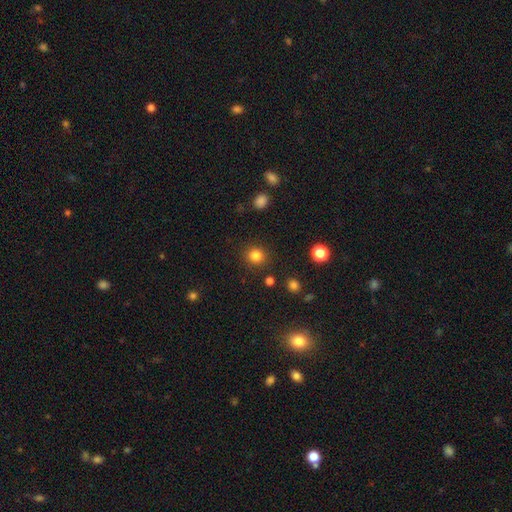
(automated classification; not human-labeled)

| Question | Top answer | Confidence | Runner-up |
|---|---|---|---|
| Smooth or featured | smooth | 83% | star or artifact (12%) |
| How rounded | round | 90% | in between (10%) |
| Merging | none | 89% | minor disturbance (7%) |